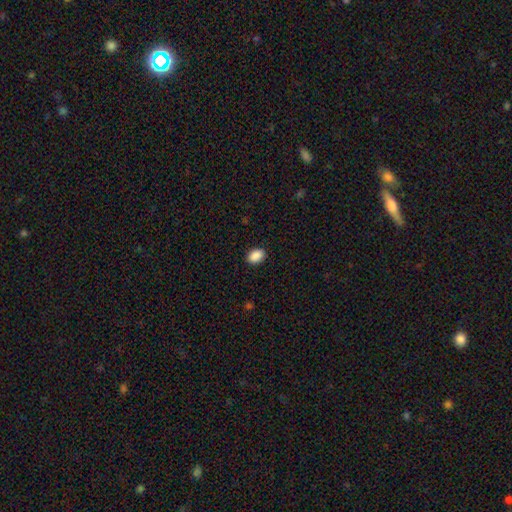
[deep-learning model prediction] This appears to be a smooth galaxy with no disk features (90%) that is in between round and cigar-shaped (80%). Merging: none (89%).